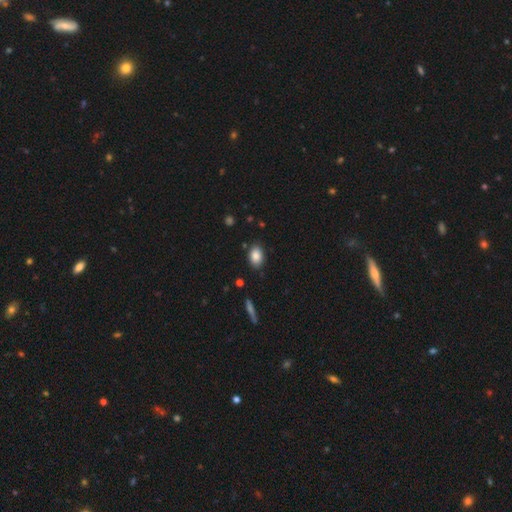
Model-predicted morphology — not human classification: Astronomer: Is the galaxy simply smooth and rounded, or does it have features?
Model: smooth — 86%.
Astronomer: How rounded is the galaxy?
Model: in between — 87%.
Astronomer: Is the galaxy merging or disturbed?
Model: none — 85%.